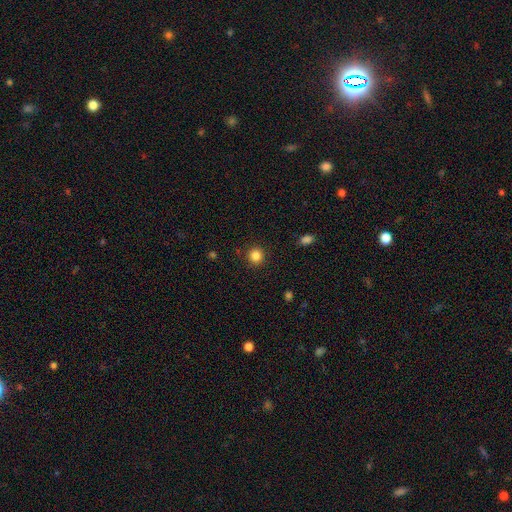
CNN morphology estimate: Smooth or featured? smooth (84%)
How rounded? round (93%)
Merging? none (91%)